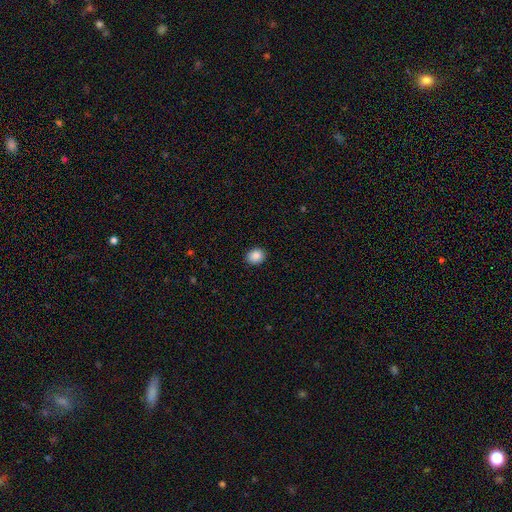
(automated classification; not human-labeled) smooth-or-featured: smooth: 88% | star or artifact: 9% | featured or disk: 3%
  how-rounded: round: 58% | in between: 41% | cigar-shaped: 1%
  merging: none: 90% | minor disturbance: 7% | major disturbance: 2% | merger: 1%